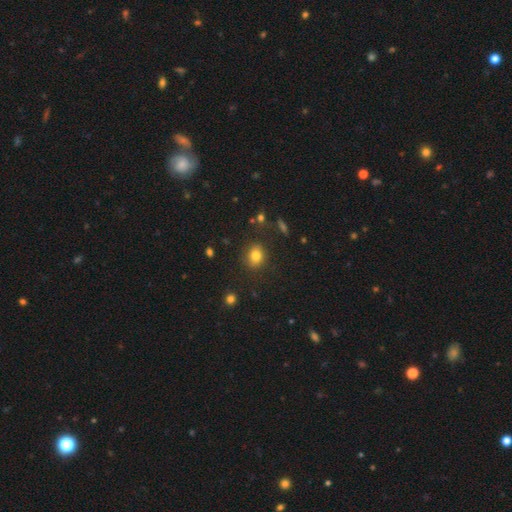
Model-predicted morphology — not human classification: Smooth or featured: smooth — 80% (star or artifact — 12%)
How rounded: round — 57% (in between — 41%)
Merging: none — 85% (minor disturbance — 10%)